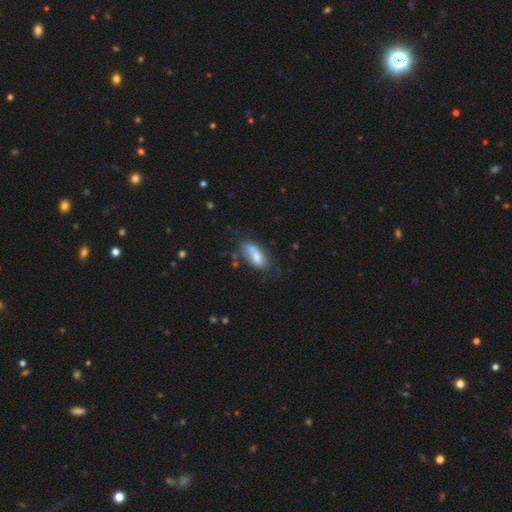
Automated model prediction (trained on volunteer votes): Smooth or featured?
  - smooth: 63% *
  - featured or disk: 29%
  - star or artifact: 8%
How rounded?
  - in between: 84% *
  - cigar-shaped: 12%
  - round: 4%
Merging?
  - none: 44% *
  - merger: 24%
  - minor disturbance: 23%
  - major disturbance: 9%